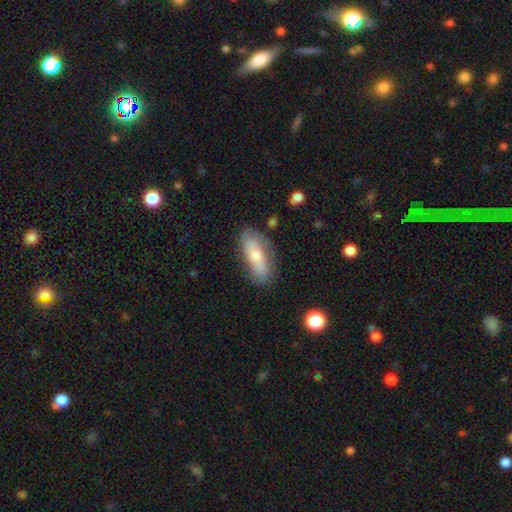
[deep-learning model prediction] Smooth or featured? Predicted: smooth (p=0.57). How rounded? Predicted: in between (p=0.70). Merging? Predicted: none (p=0.75).